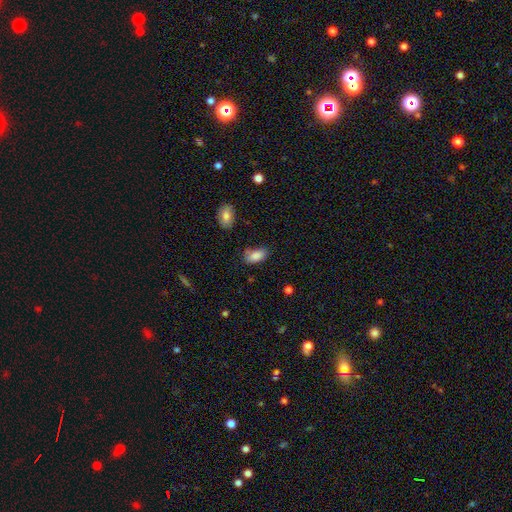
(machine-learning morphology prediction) type=smooth (86%); roundness=in between (93%); merging=none (63%).